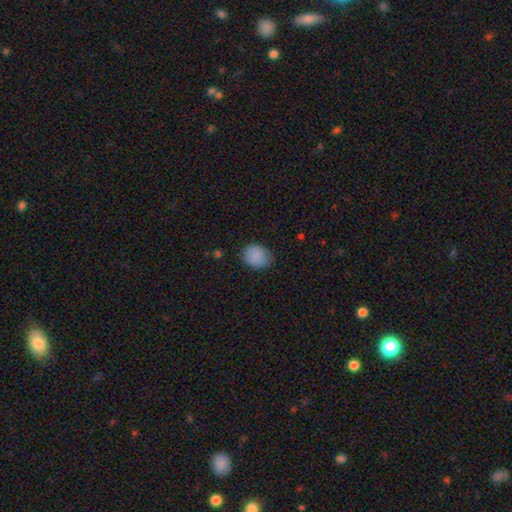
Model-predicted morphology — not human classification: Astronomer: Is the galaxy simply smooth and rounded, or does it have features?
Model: smooth — 88%.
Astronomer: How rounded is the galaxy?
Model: round — 53% (runner-up: in between, 46%).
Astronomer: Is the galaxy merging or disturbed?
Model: none — 78%.